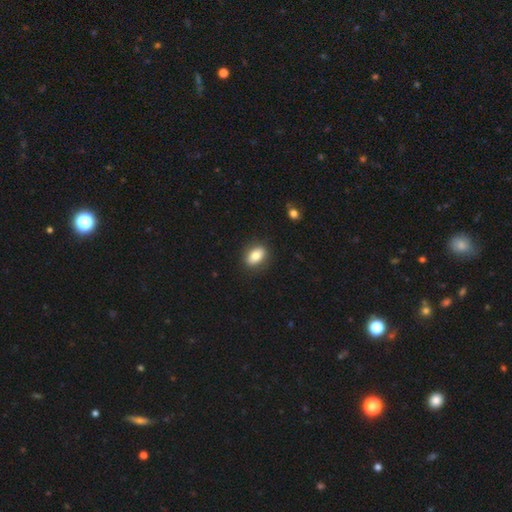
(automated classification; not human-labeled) Smooth or featured? Predicted: smooth (p=0.79). How rounded? Predicted: in between (p=0.82). Merging? Predicted: none (p=0.87).